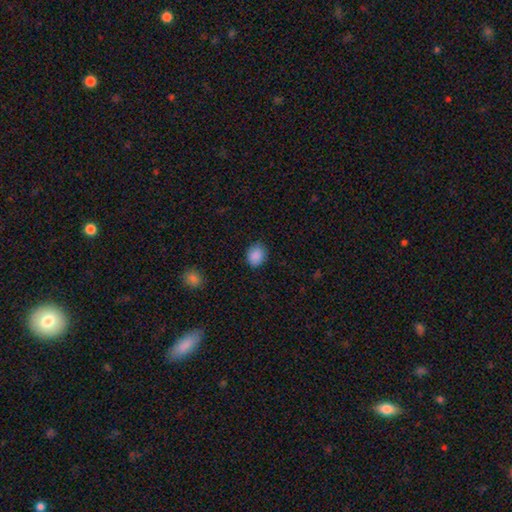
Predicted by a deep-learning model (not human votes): Smooth or featured?
  - smooth: 89% *
  - star or artifact: 8%
  - featured or disk: 3%
How rounded?
  - round: 55% *
  - in between: 44%
  - cigar-shaped: 1%
Merging?
  - none: 84% *
  - minor disturbance: 12%
  - major disturbance: 3%
  - merger: 1%